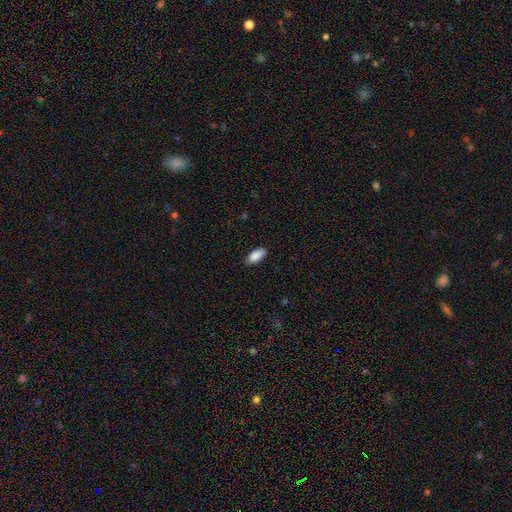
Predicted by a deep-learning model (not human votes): smooth 89%, star or artifact 6%, featured or disk 5%. Down the decision tree: how rounded — in between (89%); merging — none (85%).